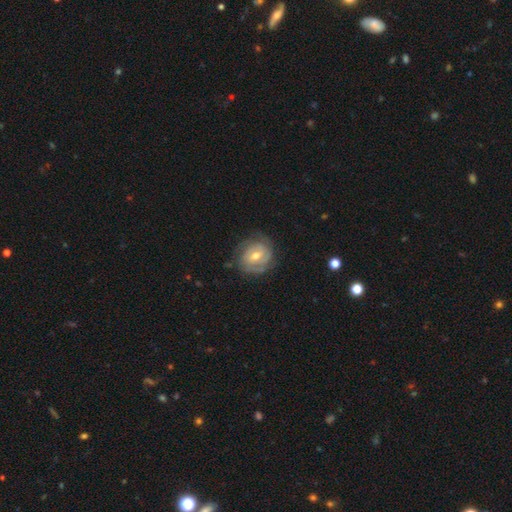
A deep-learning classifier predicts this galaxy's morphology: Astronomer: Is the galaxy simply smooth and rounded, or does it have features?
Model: featured or disk — 74%.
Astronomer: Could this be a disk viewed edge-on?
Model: no — 97%.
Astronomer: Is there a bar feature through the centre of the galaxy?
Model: weak — 49% (runner-up: no, 37%).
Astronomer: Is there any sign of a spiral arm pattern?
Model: yes — 86%.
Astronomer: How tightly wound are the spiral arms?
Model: tight — 69%.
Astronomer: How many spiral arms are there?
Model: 2 — 41% (runner-up: can't tell, 34%).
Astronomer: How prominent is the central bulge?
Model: moderate — 65%.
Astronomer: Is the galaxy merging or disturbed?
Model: none — 72%.